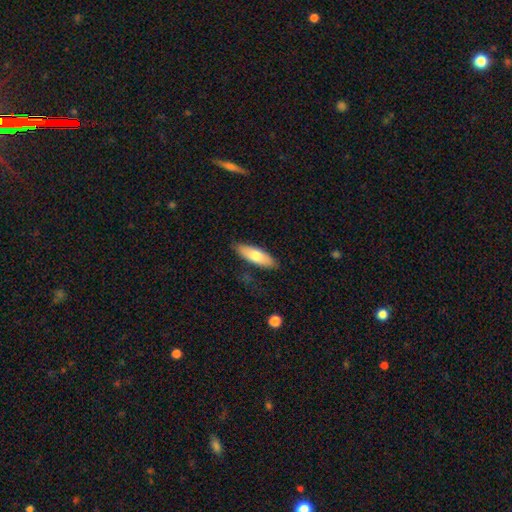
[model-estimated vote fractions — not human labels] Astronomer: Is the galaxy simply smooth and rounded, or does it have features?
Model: smooth — 71%.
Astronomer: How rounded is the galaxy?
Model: in between — 57% (runner-up: cigar-shaped, 41%).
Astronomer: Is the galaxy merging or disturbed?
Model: none — 83%.